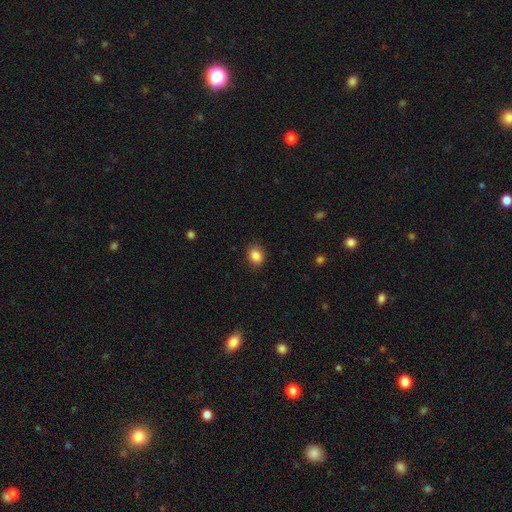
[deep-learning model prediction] smooth 86%, star or artifact 9%, featured or disk 4%. Down the decision tree: how rounded — round (50%); merging — none (88%).